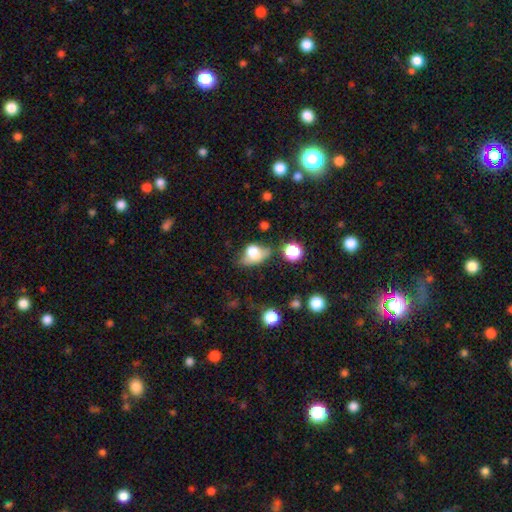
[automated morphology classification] smooth_or_featured: smooth (p=0.61) [alt: featured or disk p=0.26]
how_rounded: in between (p=0.72) [alt: round p=0.25]
merging: none (p=0.37) [alt: minor disturbance p=0.29]